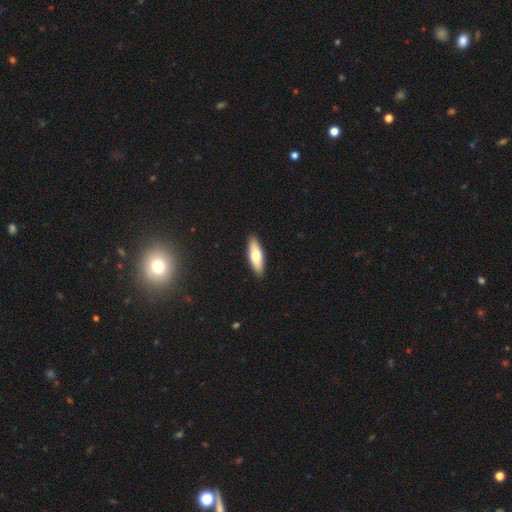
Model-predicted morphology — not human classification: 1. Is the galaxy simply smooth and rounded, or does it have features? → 68% smooth, 27% featured or disk, 5% star or artifact.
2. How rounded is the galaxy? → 53% in between, 45% cigar-shaped, 2% round.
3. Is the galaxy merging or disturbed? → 91% none, 7% minor disturbance, 1% major disturbance, 1% merger.